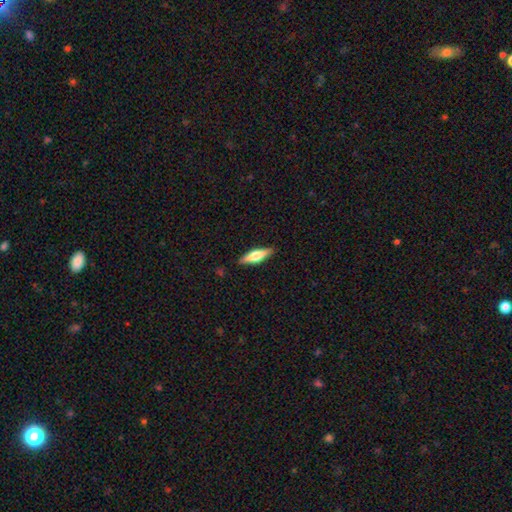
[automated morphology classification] smooth 52%, featured or disk 42%, star or artifact 6%. Down the decision tree: how rounded — cigar-shaped (57%); merging — none (88%).